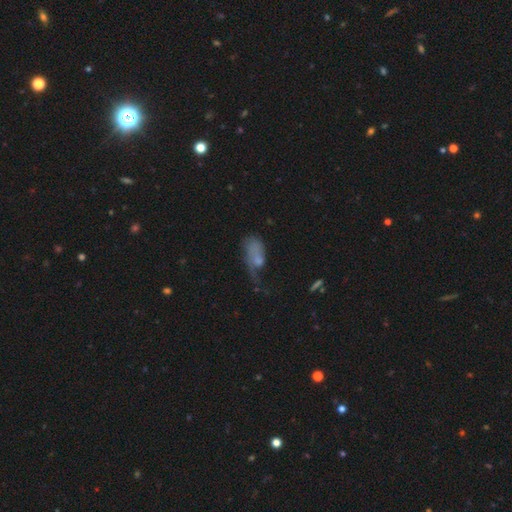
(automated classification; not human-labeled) Smooth or featured?
  - smooth: 56% *
  - featured or disk: 32%
  - star or artifact: 12%
How rounded?
  - in between: 85% *
  - cigar-shaped: 8%
  - round: 7%
Merging?
  - major disturbance: 52% *
  - none: 20%
  - minor disturbance: 20%
  - merger: 8%